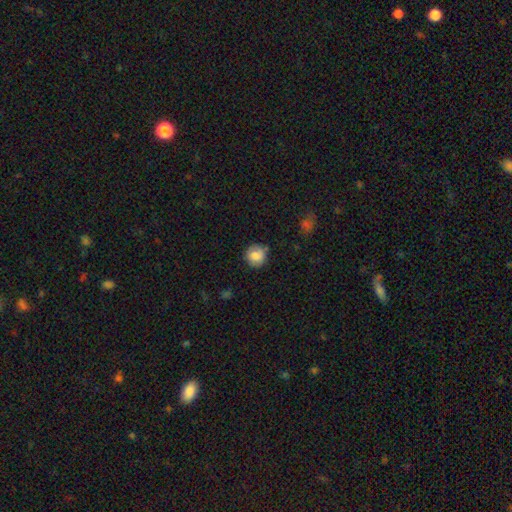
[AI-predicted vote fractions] smooth-or-featured: smooth: 80% | featured or disk: 11% | star or artifact: 8%
  how-rounded: round: 90% | in between: 9% | cigar-shaped: 1%
  merging: none: 79% | minor disturbance: 16% | major disturbance: 3% | merger: 2%